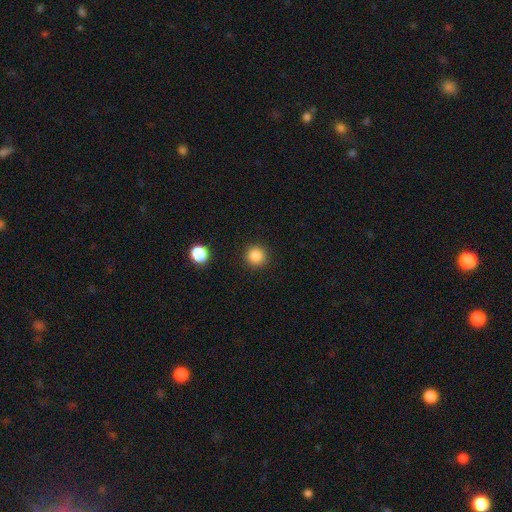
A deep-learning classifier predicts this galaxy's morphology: smooth_or_featured: smooth (p=0.86) [alt: star or artifact p=0.11]
how_rounded: round (p=0.95) [alt: in between p=0.04]
merging: none (p=0.90) [alt: minor disturbance p=0.06]